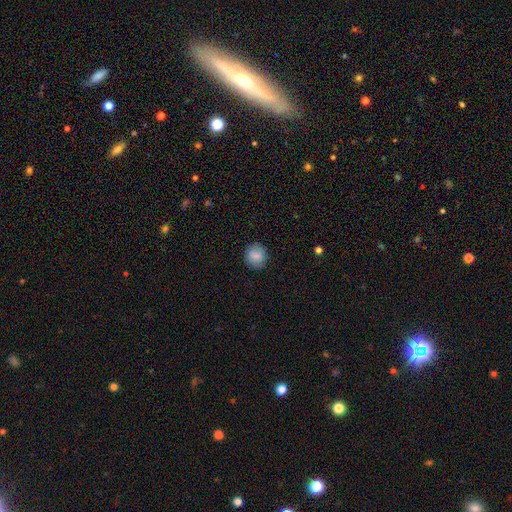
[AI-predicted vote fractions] Smooth or featured? Predicted: smooth (p=0.82). How rounded? Predicted: round (p=0.81). Merging? Predicted: none (p=0.87).